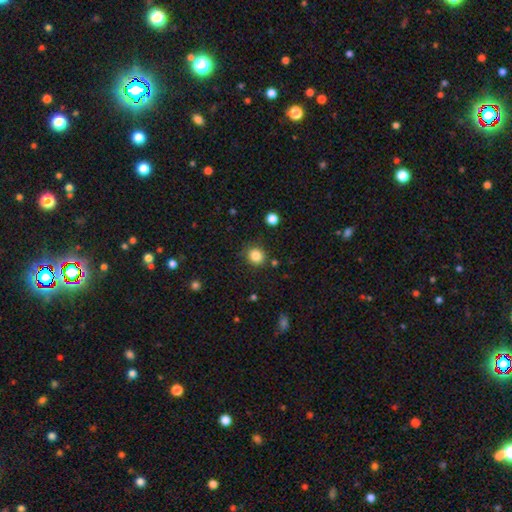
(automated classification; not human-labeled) This is clearly a smooth galaxy (84%). How rounded: clearly round (83%). Merging: clearly none (85%).